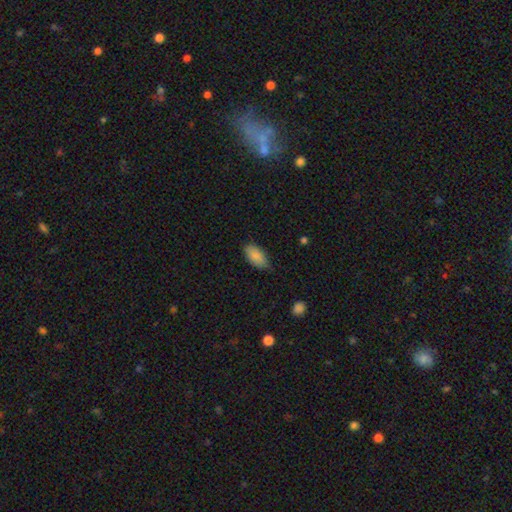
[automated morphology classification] A smooth galaxy with no disk features (87%) that is in between round and cigar-shaped (93%).

Vote fractions:
- Smooth or featured? smooth: 87% / star or artifact: 7% / featured or disk: 6%
- How rounded? in between: 93% / cigar-shaped: 4% / round: 3%
- Merging? none: 72% / minor disturbance: 23% / major disturbance: 4% / merger: 1%